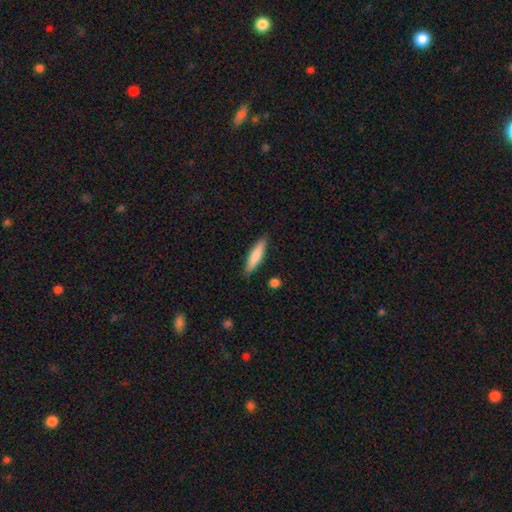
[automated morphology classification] A smooth galaxy with no disk features (76%) that is cigar-shaped (81%).

Vote fractions:
- Smooth or featured? smooth: 76% / featured or disk: 19% / star or artifact: 6%
- How rounded? cigar-shaped: 81% / in between: 17% / round: 1%
- Merging? none: 88% / minor disturbance: 9% / major disturbance: 2% / merger: 2%